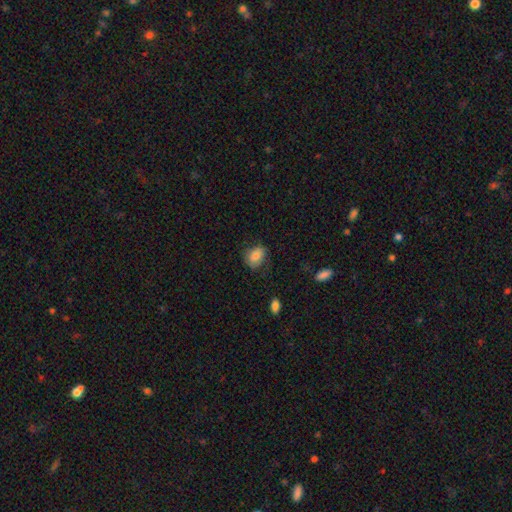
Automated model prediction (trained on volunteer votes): This is clearly a smooth galaxy (83%). How rounded: likely in between (68%). Merging: likely none (71%).